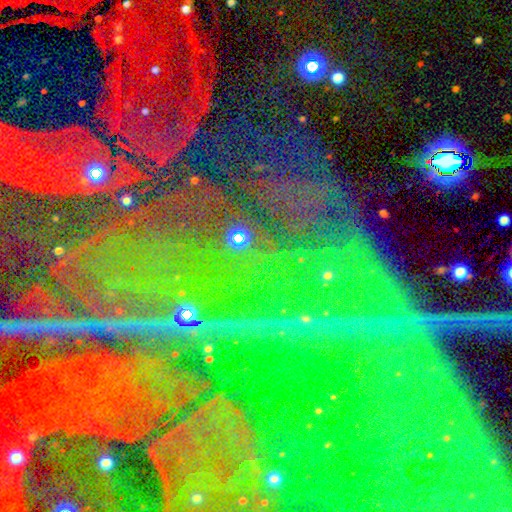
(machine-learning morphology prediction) Smooth or featured? star or artifact (87%)